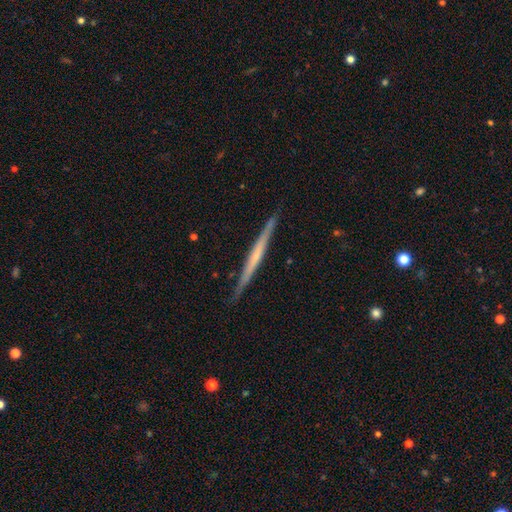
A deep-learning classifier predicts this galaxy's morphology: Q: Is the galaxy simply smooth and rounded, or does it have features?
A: featured or disk — 62%.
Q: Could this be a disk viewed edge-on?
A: yes — 98%.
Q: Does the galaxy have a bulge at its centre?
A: none — 73%.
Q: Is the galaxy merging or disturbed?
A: none — 89%.